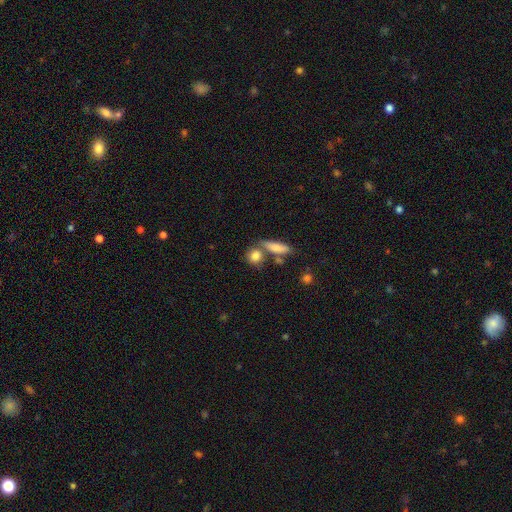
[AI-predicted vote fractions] Q: Smooth or featured?
A: smooth (82%); runner-up: featured or disk (9%)
Q: How rounded?
A: round (64%); runner-up: in between (27%)
Q: Merging?
A: none (59%); runner-up: merger (24%)